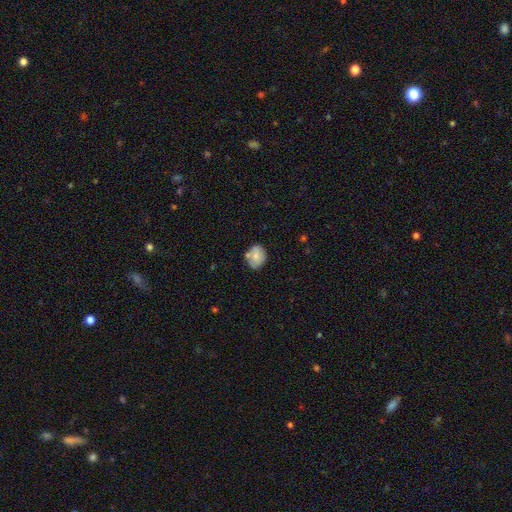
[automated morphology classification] A smooth galaxy with no disk features (74%) that is in between round and cigar-shaped (52%).

Vote fractions:
- Smooth or featured? smooth: 74% / featured or disk: 18% / star or artifact: 8%
- How rounded? in between: 52% / round: 46% / cigar-shaped: 1%
- Merging? none: 64% / minor disturbance: 19% / merger: 13% / major disturbance: 4%